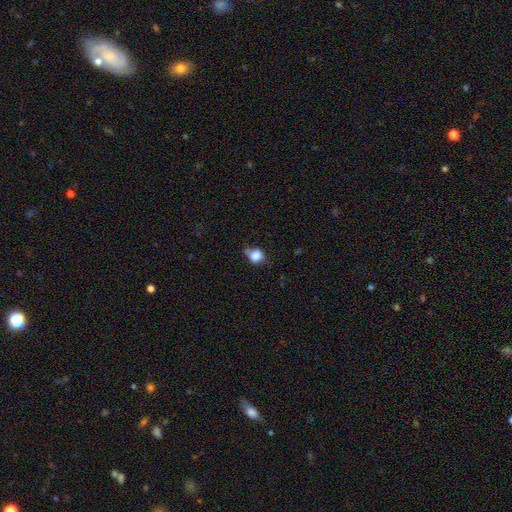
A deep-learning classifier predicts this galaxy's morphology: Smooth or featured? Predicted: smooth (p=0.80). How rounded? Predicted: round (p=0.68). Merging? Predicted: none (p=0.47).